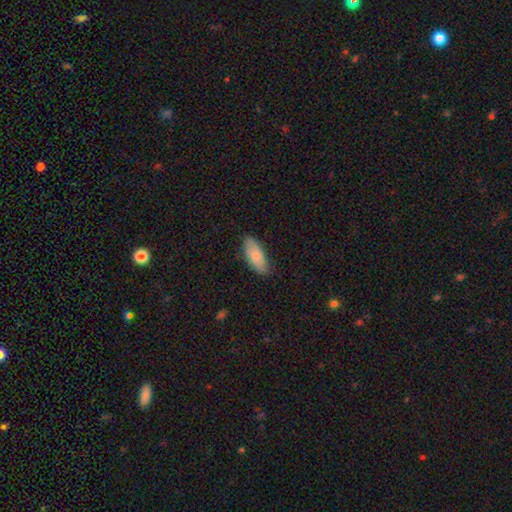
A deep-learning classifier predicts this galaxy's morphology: This appears to be a smooth galaxy with no disk features (79%) that is in between round and cigar-shaped (84%). Merging: none (80%).